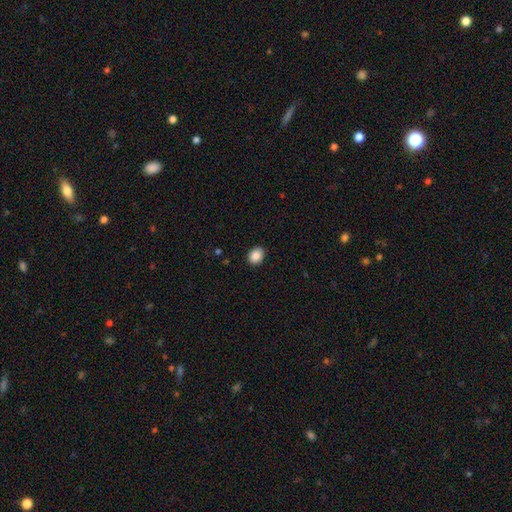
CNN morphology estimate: smooth-or-featured: smooth: 89% | star or artifact: 8% | featured or disk: 3%
  how-rounded: in between: 51% | round: 48% | cigar-shaped: 1%
  merging: none: 90% | minor disturbance: 7% | major disturbance: 2% | merger: 1%